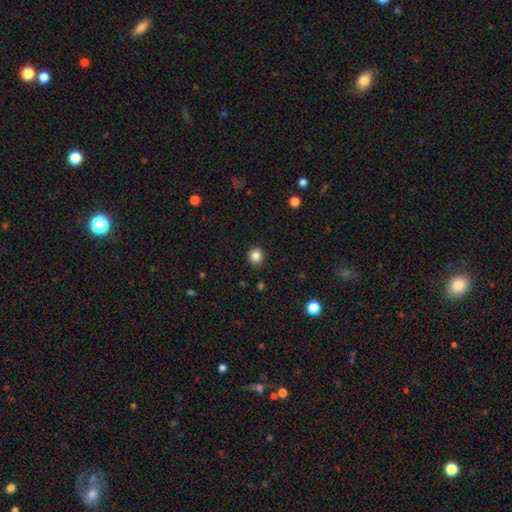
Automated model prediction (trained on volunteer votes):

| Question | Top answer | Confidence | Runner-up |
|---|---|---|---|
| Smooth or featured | smooth | 86% | star or artifact (11%) |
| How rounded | round | 81% | in between (18%) |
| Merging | none | 88% | minor disturbance (8%) |